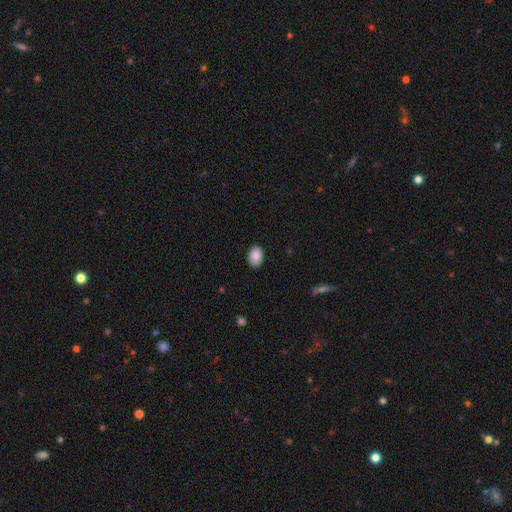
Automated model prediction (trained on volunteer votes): Smooth or featured: smooth — 88% (star or artifact — 7%)
How rounded: in between — 81% (round — 18%)
Merging: none — 88% (minor disturbance — 9%)